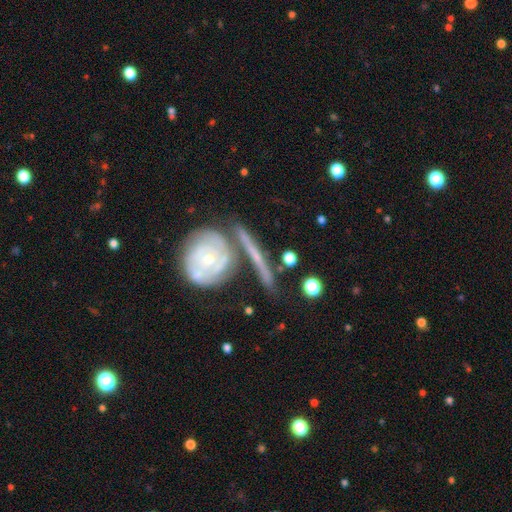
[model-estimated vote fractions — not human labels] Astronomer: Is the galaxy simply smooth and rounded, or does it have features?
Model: featured or disk — 71%.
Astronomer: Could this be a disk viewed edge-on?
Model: yes — 54% (runner-up: no, 46%).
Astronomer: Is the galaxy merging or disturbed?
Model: none — 60%.